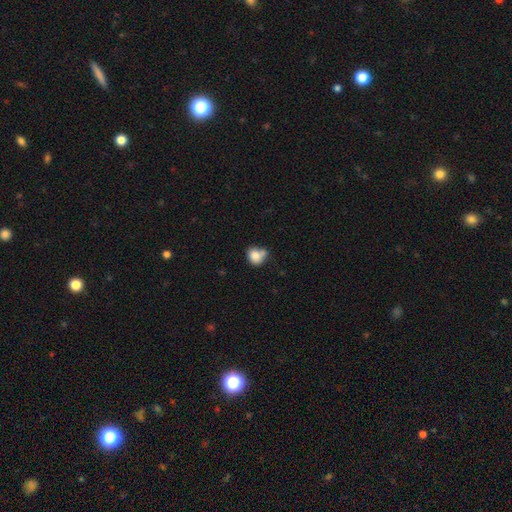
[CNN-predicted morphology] Smooth or featured?
  - smooth: 81% *
  - star or artifact: 10%
  - featured or disk: 9%
How rounded?
  - round: 61% *
  - in between: 38%
  - cigar-shaped: 1%
Merging?
  - none: 43% *
  - merger: 28%
  - minor disturbance: 22%
  - major disturbance: 8%